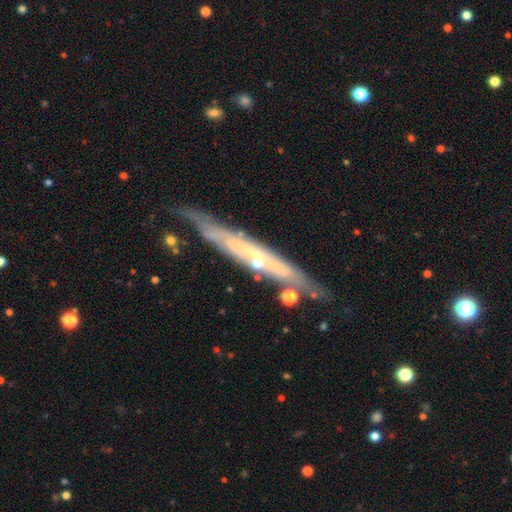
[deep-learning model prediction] Morphology: type=featured or disk (71%); edge-on=yes (80%); edge-on bulge=none (60%); merging=none (73%).